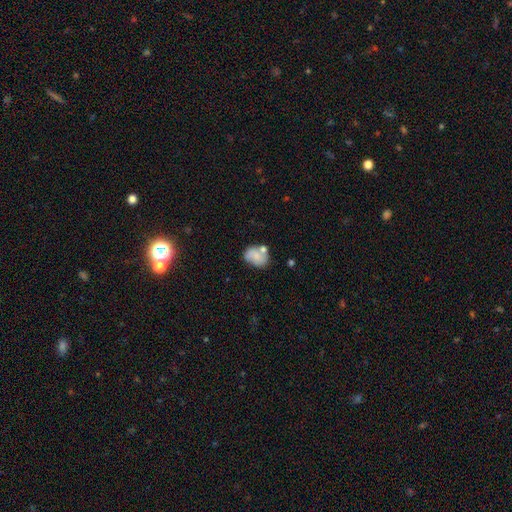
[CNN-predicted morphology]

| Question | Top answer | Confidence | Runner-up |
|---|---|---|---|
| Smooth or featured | smooth | 65% | featured or disk (27%) |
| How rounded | in between | 59% | round (39%) |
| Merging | none | 52% | minor disturbance (21%) |